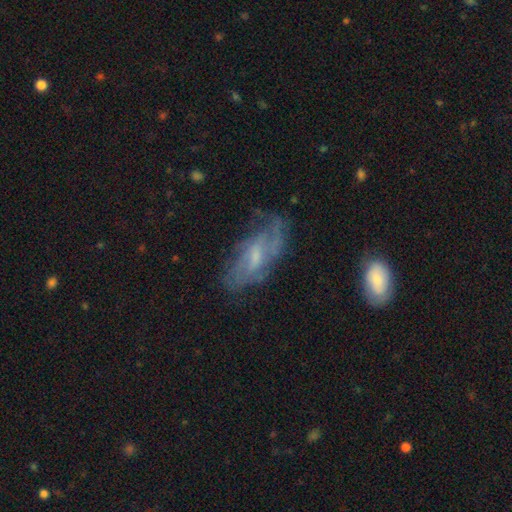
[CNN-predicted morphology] smooth_or_featured: featured or disk (p=0.67) [alt: smooth p=0.24]
disk_edge_on: no (p=0.90) [alt: yes p=0.10]
bar: weak (p=0.48) [alt: no p=0.42]
has_spiral_arms: yes (p=0.77) [alt: no p=0.23]
bulge_size: small (p=0.49) [alt: moderate p=0.33]
merging: none (p=0.53) [alt: minor disturbance p=0.25]